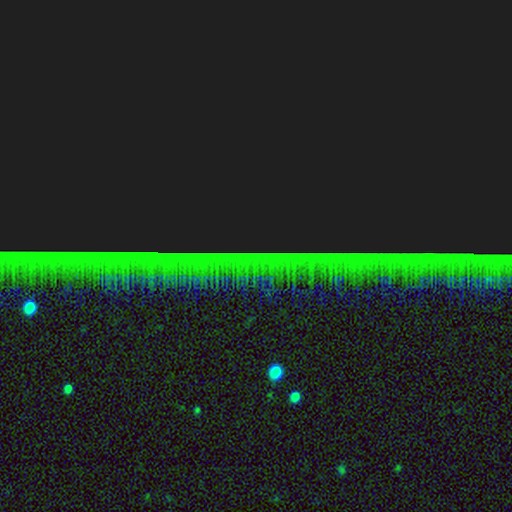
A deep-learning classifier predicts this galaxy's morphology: A star or artifact, not a galaxy (87%).

Vote fractions:
- Smooth or featured? star or artifact: 87% / featured or disk: 7% / smooth: 6%